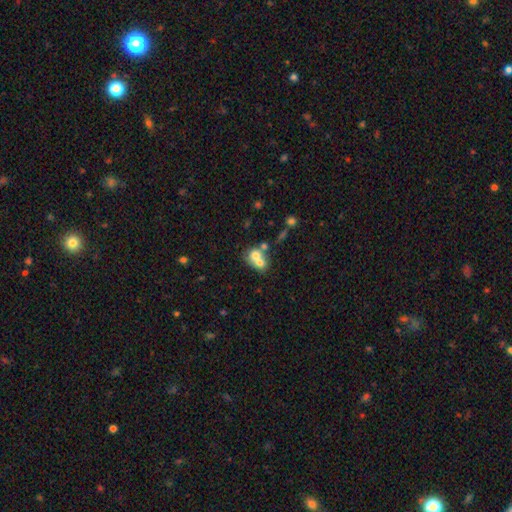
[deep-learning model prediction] Morphology: type=smooth (65%); roundness=round (65%); merging=merger (66%).